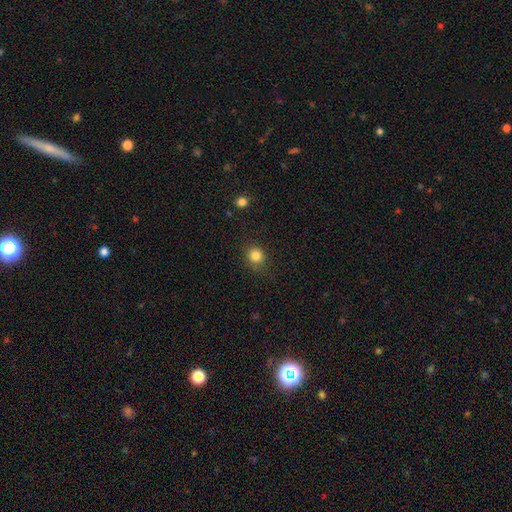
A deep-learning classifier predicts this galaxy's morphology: This appears to be a smooth galaxy with no disk features (83%) that is round (87%). Merging: none (84%).